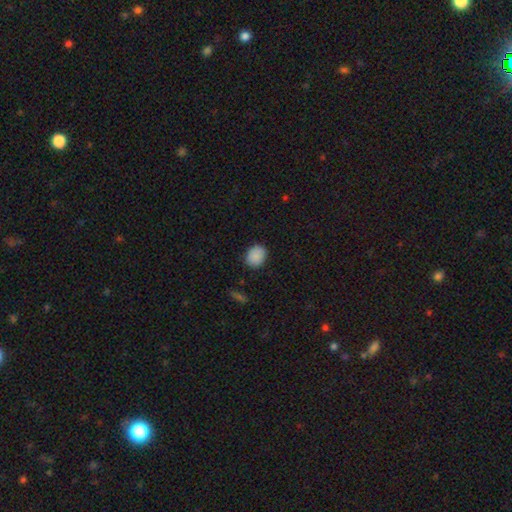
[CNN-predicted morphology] type=smooth (89%); roundness=round (53%); merging=none (85%).